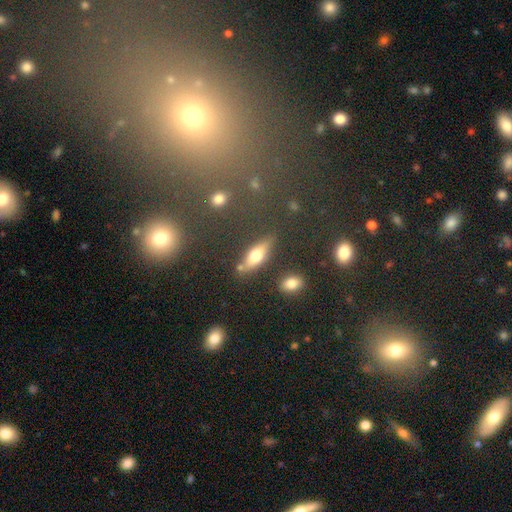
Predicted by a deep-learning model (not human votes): Smooth or featured?
  - smooth: 60% *
  - featured or disk: 31%
  - star or artifact: 9%
How rounded?
  - in between: 56% *
  - cigar-shaped: 40%
  - round: 5%
Merging?
  - none: 73% *
  - minor disturbance: 14%
  - merger: 8%
  - major disturbance: 4%